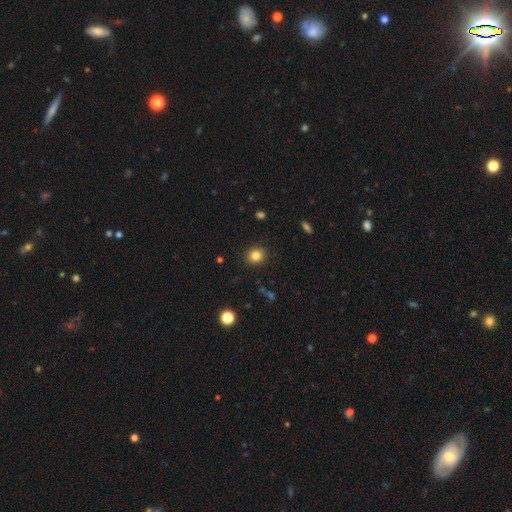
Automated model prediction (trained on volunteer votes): The model was most divided on "how rounded": round: 80%, in between: 19%, cigar-shaped: 1%. More confident: merging — none (90%); smooth or featured — smooth (83%).